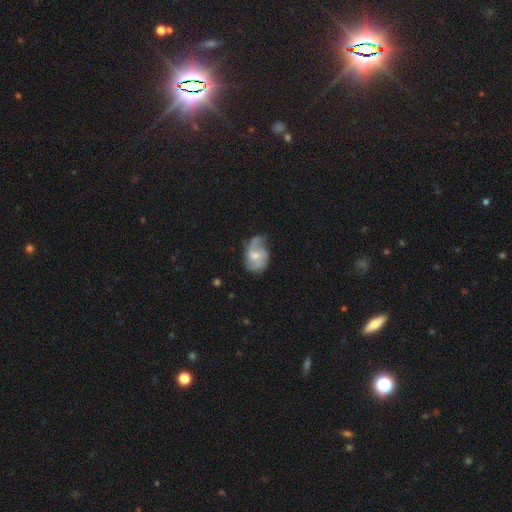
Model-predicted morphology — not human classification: Overall: featured or disk (68%). Edge-on disk: no (97%). Bar: no (56%; weak 38%). Spiral arms: yes (88%). Spiral arm count: 2 (59%). Spiral winding: medium (42%; loose 39%). Bulge size: moderate (51%; small 41%). Merging: none (47%; minor disturbance 33%).